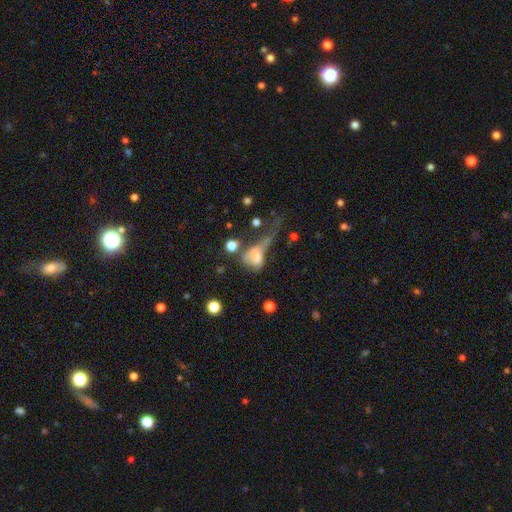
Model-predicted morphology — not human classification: Overall: smooth (57%; featured or disk 30%). How rounded: in between (64%; round 30%). Merging: major disturbance (54%; merger 21%).